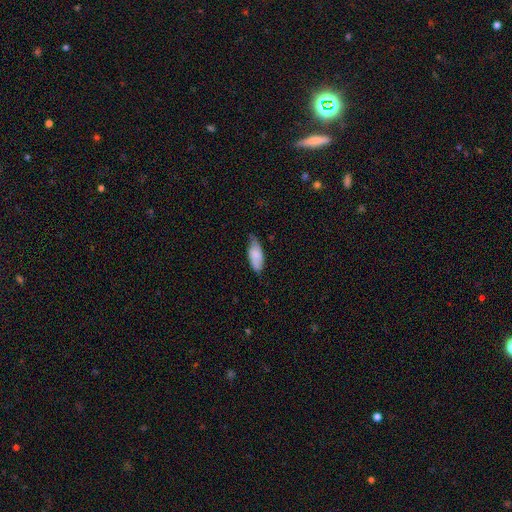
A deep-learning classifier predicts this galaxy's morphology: This is clearly a smooth galaxy (81%). How rounded: clearly in between (84%). Merging: possibly none (56%).